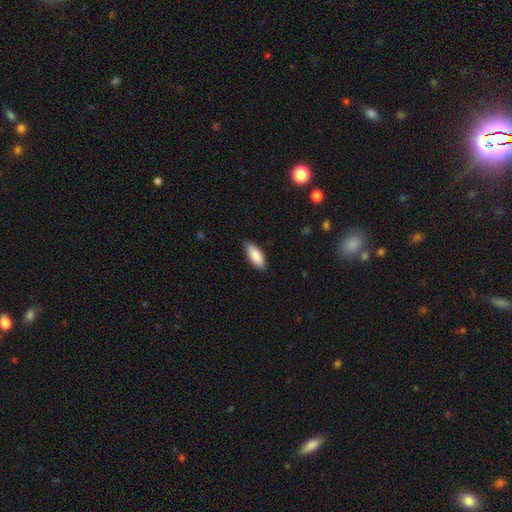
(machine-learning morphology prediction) Overall: smooth (87%). How rounded: in between (82%). Merging: none (84%).